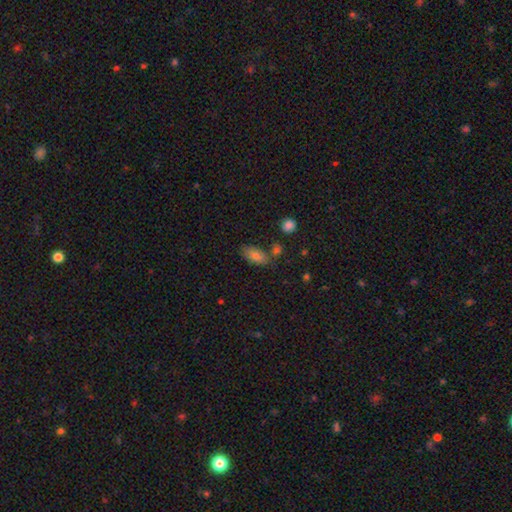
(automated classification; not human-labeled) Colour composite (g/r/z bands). It shows a smooth galaxy with no disk features (80%) that is in between round and cigar-shaped (87%). Merging: none (68%).